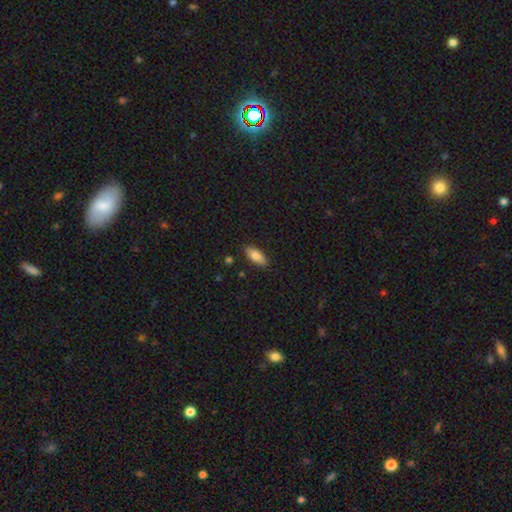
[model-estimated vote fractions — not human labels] Morphology: type=smooth (82%); roundness=in between (82%); merging=none (86%).